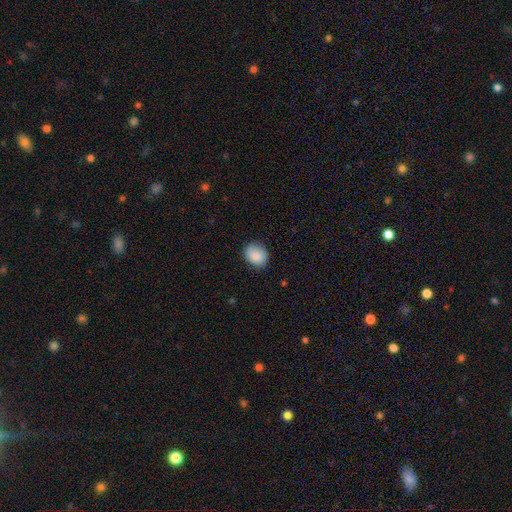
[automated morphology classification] Smooth or featured: smooth — 87% (star or artifact — 8%)
How rounded: round — 57% (in between — 42%)
Merging: none — 79% (minor disturbance — 17%)